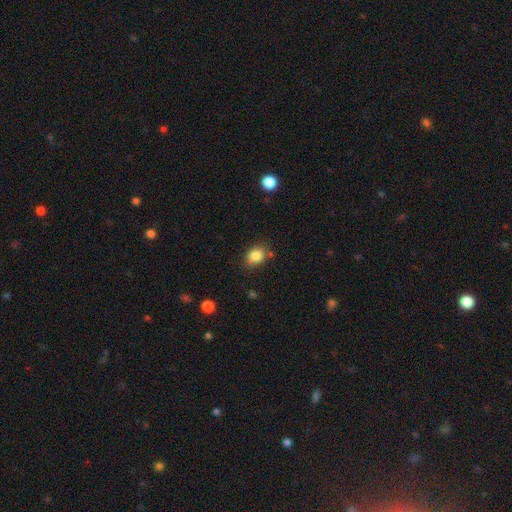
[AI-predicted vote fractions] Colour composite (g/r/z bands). It shows a smooth galaxy with no disk features (84%) that is in between round and cigar-shaped (55%). Merging: none (76%).